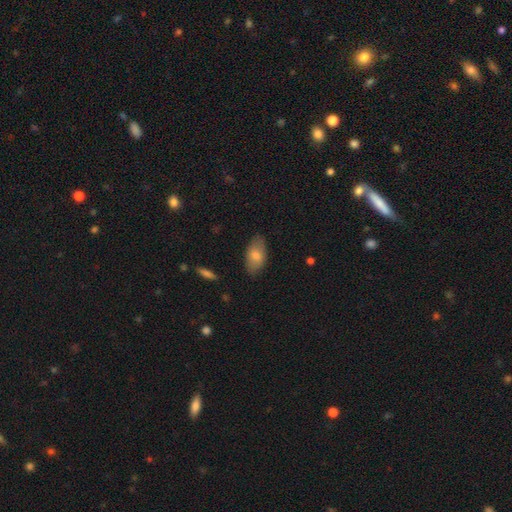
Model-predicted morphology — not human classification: Smooth or featured: smooth — 77% (featured or disk — 16%)
How rounded: in between — 93% (round — 4%)
Merging: none — 81% (minor disturbance — 15%)